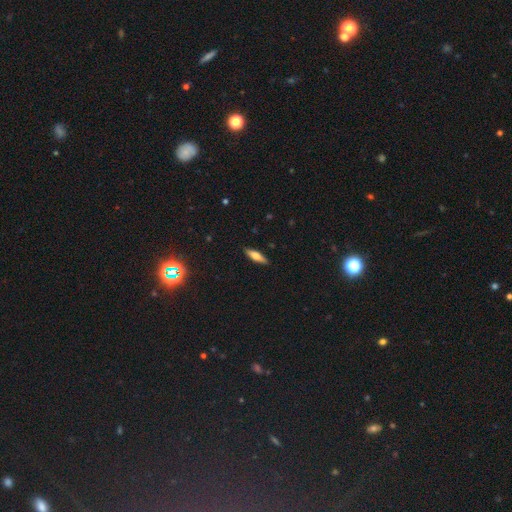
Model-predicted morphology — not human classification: Overall: smooth (56%; featured or disk 37%). How rounded: cigar-shaped (58%; in between 40%). Merging: none (89%).